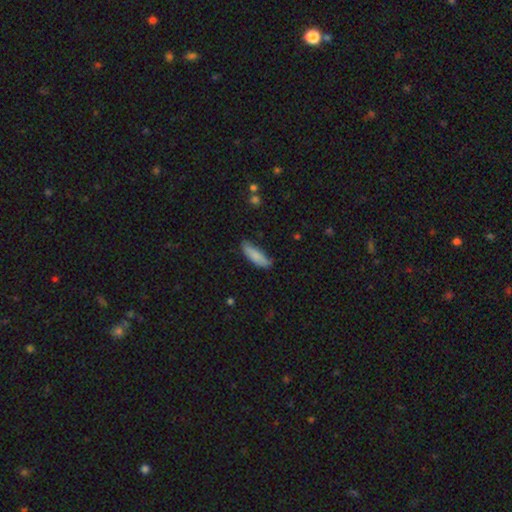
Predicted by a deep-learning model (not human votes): Morphology: type=smooth (84%); roundness=cigar-shaped (54%); merging=none (75%).